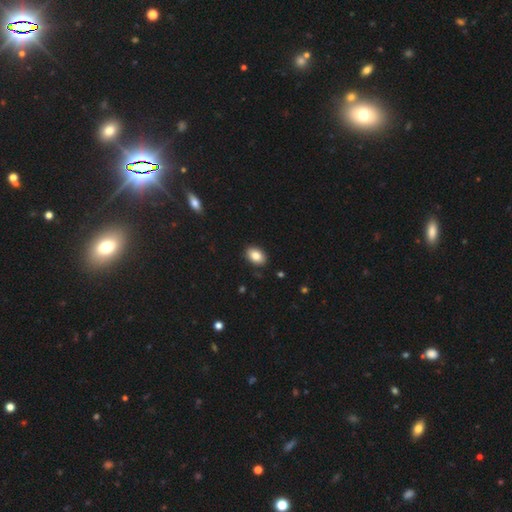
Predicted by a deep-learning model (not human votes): A smooth galaxy with no disk features (85%) that is in between round and cigar-shaped (86%).

Vote fractions:
- Smooth or featured? smooth: 85% / star or artifact: 8% / featured or disk: 7%
- How rounded? in between: 86% / round: 13% / cigar-shaped: 1%
- Merging? none: 89% / minor disturbance: 8% / major disturbance: 2% / merger: 1%